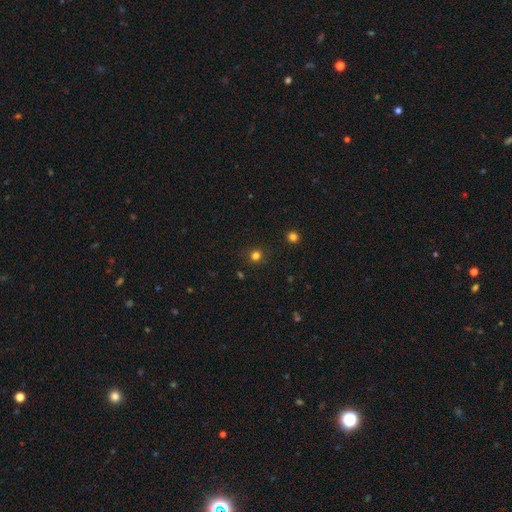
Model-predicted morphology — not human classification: type=smooth (77%); roundness=round (89%); merging=none (87%).